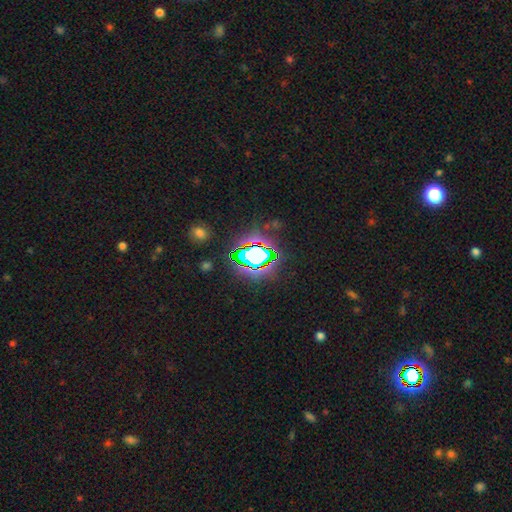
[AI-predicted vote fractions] This appears to be a star or artifact, not a galaxy (66%).